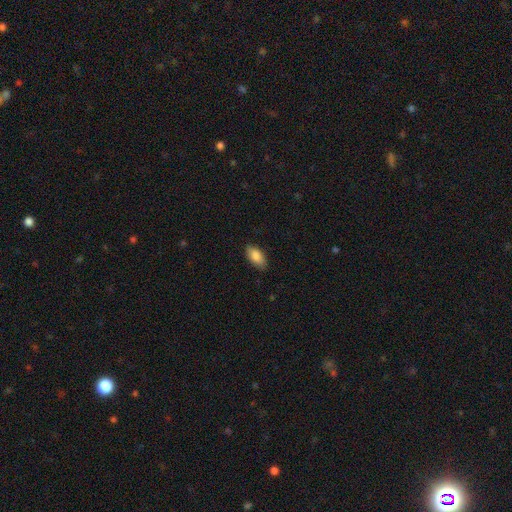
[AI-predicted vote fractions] Morphology: type=smooth (87%); roundness=in between (92%); merging=none (85%).